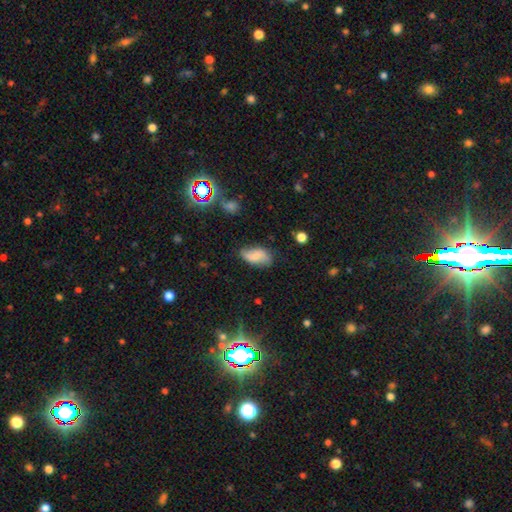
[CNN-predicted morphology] Smooth or featured? Predicted: smooth (p=0.63). How rounded? Predicted: in between (p=0.92). Merging? Predicted: none (p=0.63).